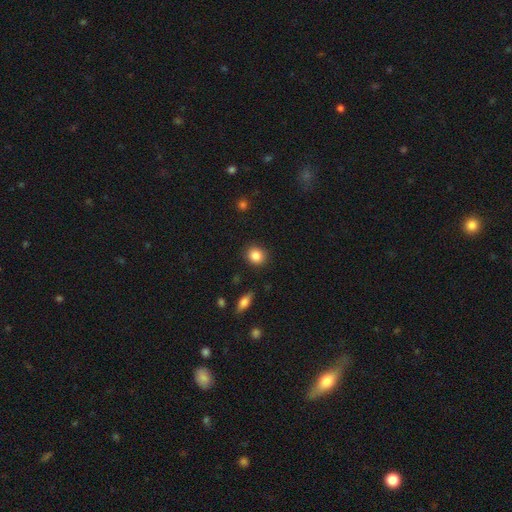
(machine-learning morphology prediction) A smooth galaxy with no disk features (85%) that is round (75%).

Vote fractions:
- Smooth or featured? smooth: 85% / star or artifact: 9% / featured or disk: 6%
- How rounded? round: 75% / in between: 24% / cigar-shaped: 1%
- Merging? none: 89% / minor disturbance: 7% / major disturbance: 2% / merger: 1%